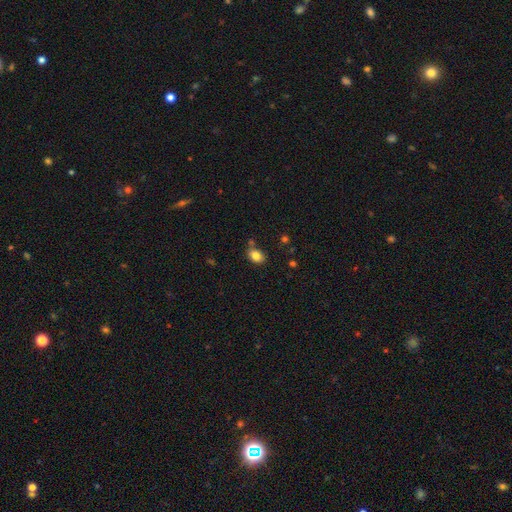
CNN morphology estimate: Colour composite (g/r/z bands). It shows a smooth galaxy with no disk features (83%) that is in between round and cigar-shaped (75%). Merging: none (72%).